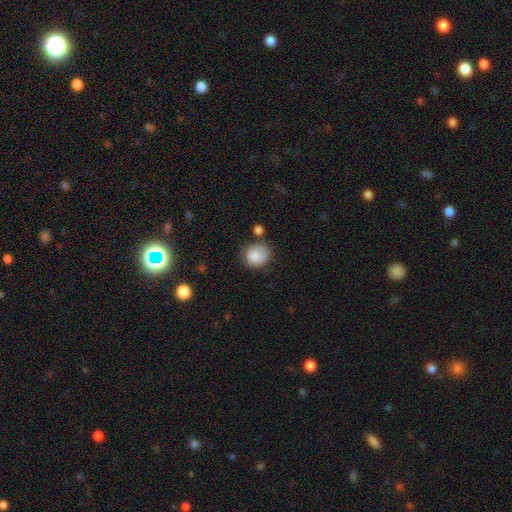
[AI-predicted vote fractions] smooth 86%, star or artifact 8%, featured or disk 6%. Down the decision tree: how rounded — round (70%); merging — none (64%).